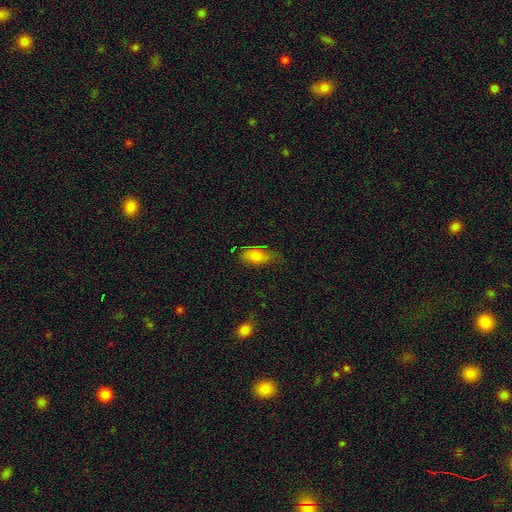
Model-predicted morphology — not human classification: Q: Smooth or featured?
A: smooth (77%); runner-up: star or artifact (12%)
Q: How rounded?
A: in between (88%); runner-up: cigar-shaped (8%)
Q: Merging?
A: none (63%); runner-up: minor disturbance (27%)